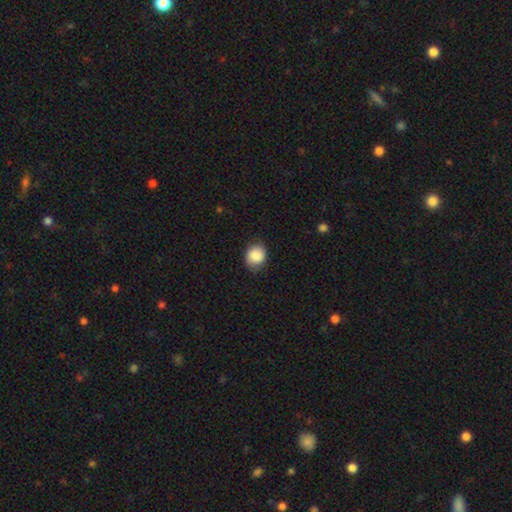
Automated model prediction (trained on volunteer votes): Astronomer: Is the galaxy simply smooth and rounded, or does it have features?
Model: smooth — 87%.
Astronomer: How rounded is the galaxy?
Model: round — 65%.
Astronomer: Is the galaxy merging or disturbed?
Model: none — 80%.